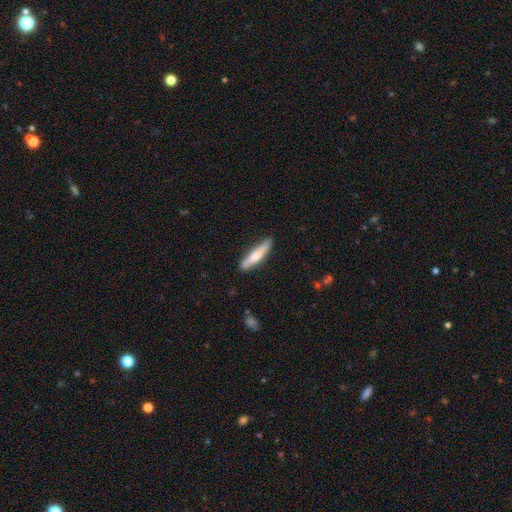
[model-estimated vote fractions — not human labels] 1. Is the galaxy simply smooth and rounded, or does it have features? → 60% smooth, 35% featured or disk, 5% star or artifact.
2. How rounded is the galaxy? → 85% cigar-shaped, 14% in between, 1% round.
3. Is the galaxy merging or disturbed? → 79% none, 16% minor disturbance, 3% major disturbance, 2% merger.